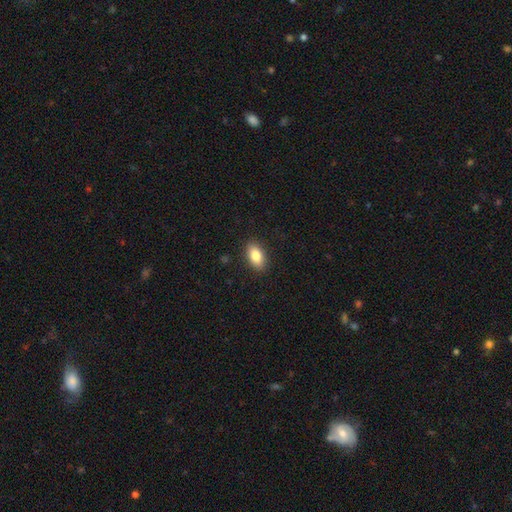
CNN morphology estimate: smooth 84%, featured or disk 9%, star or artifact 7%. Down the decision tree: how rounded — in between (91%); merging — none (89%).